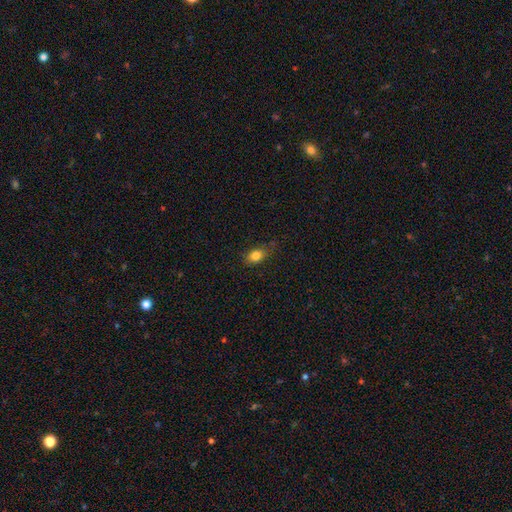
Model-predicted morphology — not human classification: Smooth or featured?
  - smooth: 82% *
  - star or artifact: 10%
  - featured or disk: 8%
How rounded?
  - in between: 75% *
  - round: 22%
  - cigar-shaped: 3%
Merging?
  - none: 76% *
  - minor disturbance: 18%
  - major disturbance: 4%
  - merger: 1%